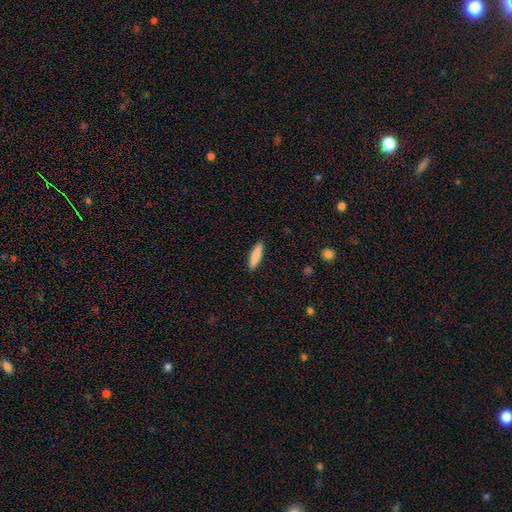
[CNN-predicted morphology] This is clearly a smooth galaxy (85%). How rounded: clearly cigar-shaped (82%). Merging: clearly none (91%).